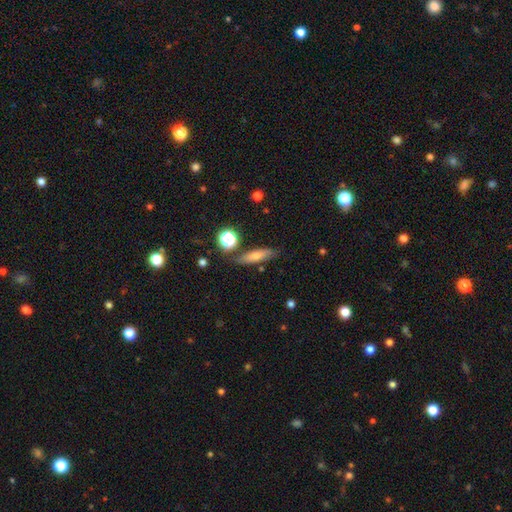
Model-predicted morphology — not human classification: smooth-or-featured: smooth: 60% | featured or disk: 28% | star or artifact: 12%
  how-rounded: cigar-shaped: 71% | in between: 24% | round: 5%
  merging: none: 81% | minor disturbance: 12% | merger: 4% | major disturbance: 3%